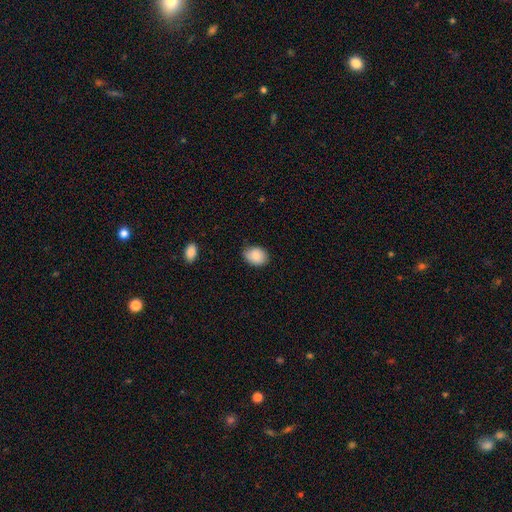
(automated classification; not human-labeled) smooth-or-featured: smooth: 87% | star or artifact: 7% | featured or disk: 6%
  how-rounded: in between: 66% | round: 33% | cigar-shaped: 1%
  merging: none: 76% | minor disturbance: 20% | major disturbance: 3% | merger: 1%